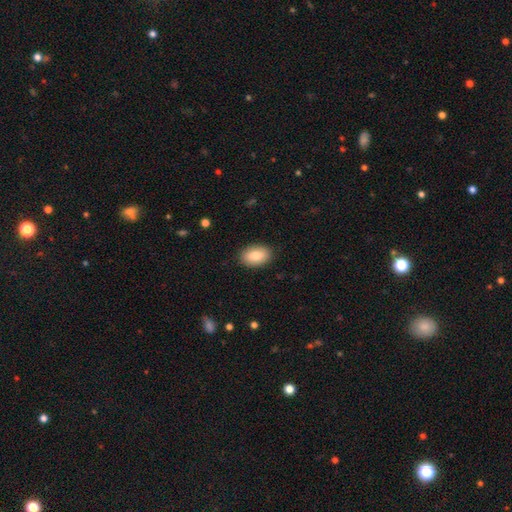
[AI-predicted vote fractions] Smooth or featured? smooth (85%)
How rounded? in between (91%)
Merging? none (88%)